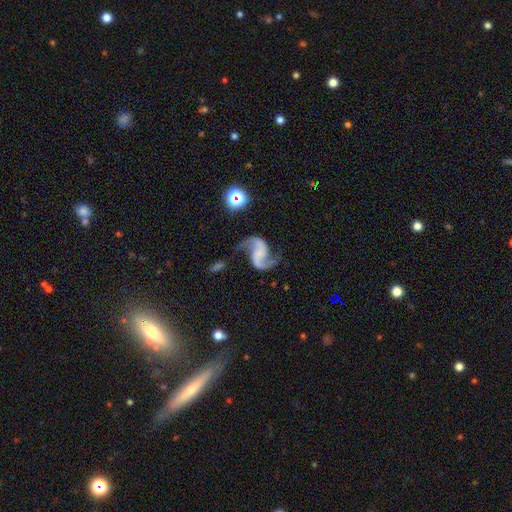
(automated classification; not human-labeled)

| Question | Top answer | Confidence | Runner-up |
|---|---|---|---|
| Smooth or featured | featured or disk | 91% | star or artifact (5%) |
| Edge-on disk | no | 98% | yes (2%) |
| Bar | no | 53% | weak (32%) |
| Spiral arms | yes | 98% | no (2%) |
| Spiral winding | loose | 68% | medium (27%) |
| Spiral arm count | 2 | 94% | 1 (2%) |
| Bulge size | none | 54% | small (29%) |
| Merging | none | 73% | minor disturbance (15%) |